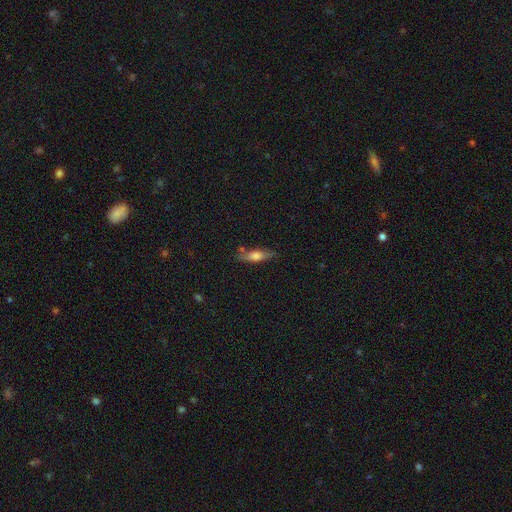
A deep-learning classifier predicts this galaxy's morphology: A smooth galaxy with no disk features (62%) that is cigar-shaped (52%). Merging: none (75%).